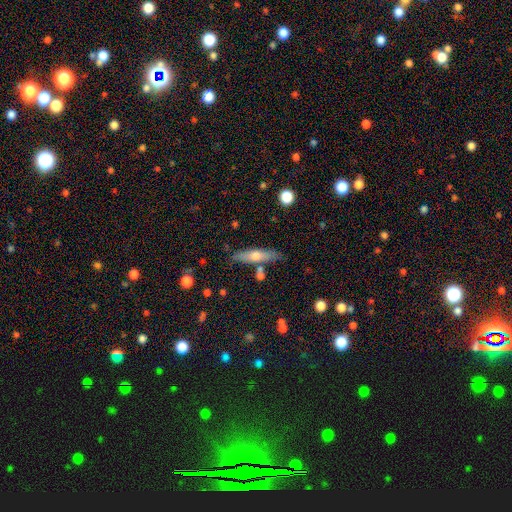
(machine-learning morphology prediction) This appears to be a smooth galaxy with no disk features (51%) that is cigar-shaped (78%). Merging: none (79%).